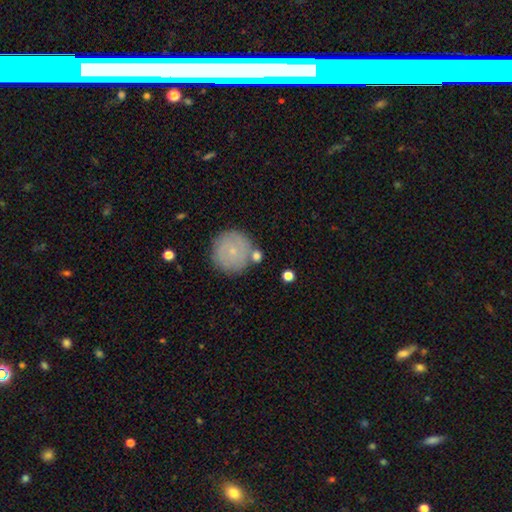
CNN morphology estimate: smooth-or-featured: smooth: 63% | featured or disk: 29% | star or artifact: 8%
  how-rounded: round: 92% | in between: 7% | cigar-shaped: 1%
  merging: none: 69% | minor disturbance: 14% | merger: 12% | major disturbance: 5%